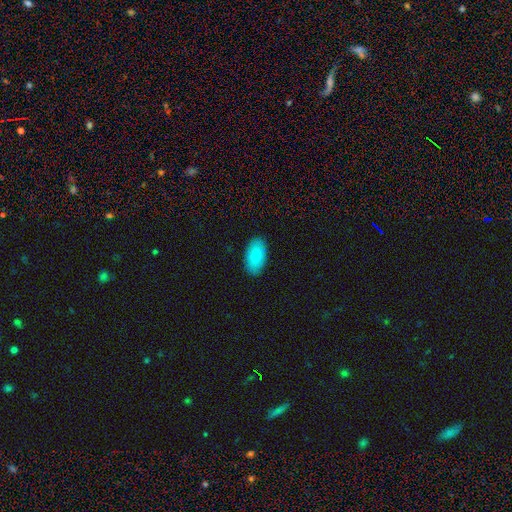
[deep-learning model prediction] Smooth or featured? smooth (89%)
How rounded? in between (95%)
Merging? none (89%)